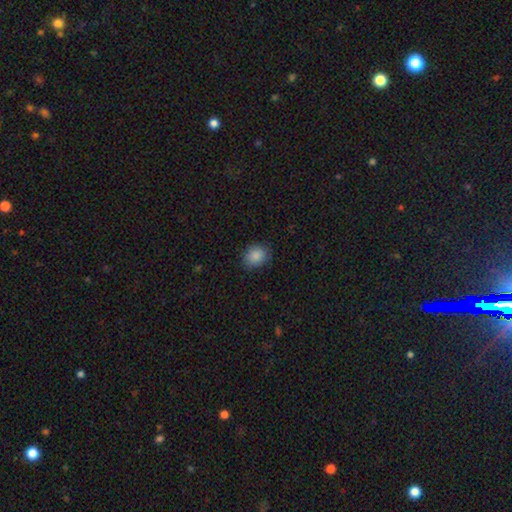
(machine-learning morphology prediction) This is clearly a smooth galaxy (88%). How rounded: possibly round (54%). Merging: clearly none (83%).